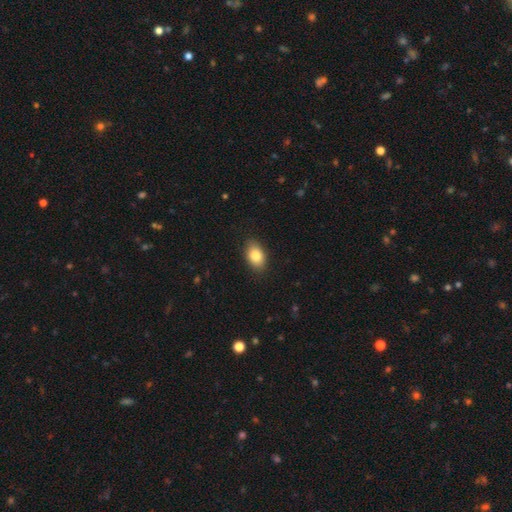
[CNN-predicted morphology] This appears to be a smooth galaxy with no disk features (84%) that is in between round and cigar-shaped (89%). Merging: none (87%).